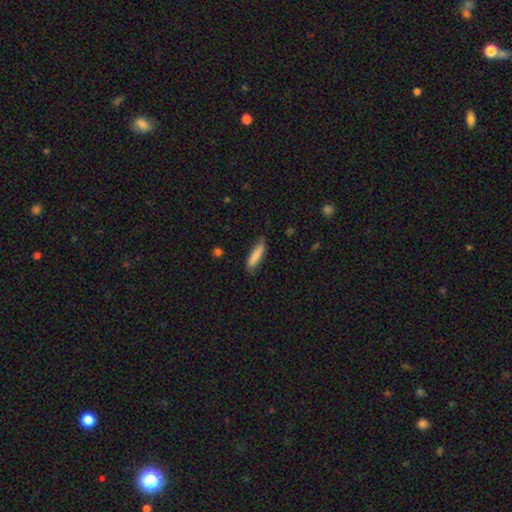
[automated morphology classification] Smooth or featured? Predicted: smooth (p=0.84). How rounded? Predicted: cigar-shaped (p=0.76). Merging? Predicted: none (p=0.74).